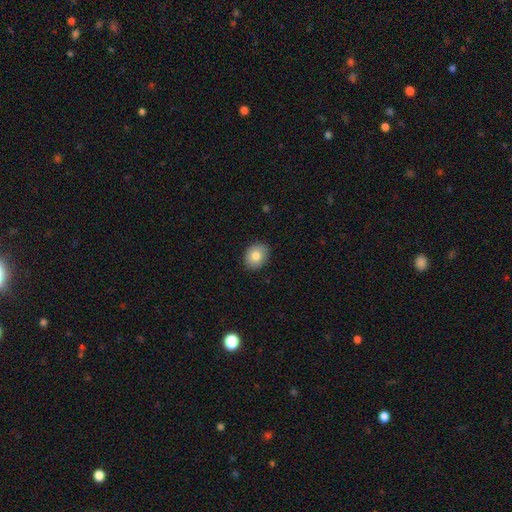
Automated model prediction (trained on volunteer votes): This appears to be a smooth galaxy with no disk features (82%) that is round (54%). Merging: none (89%).